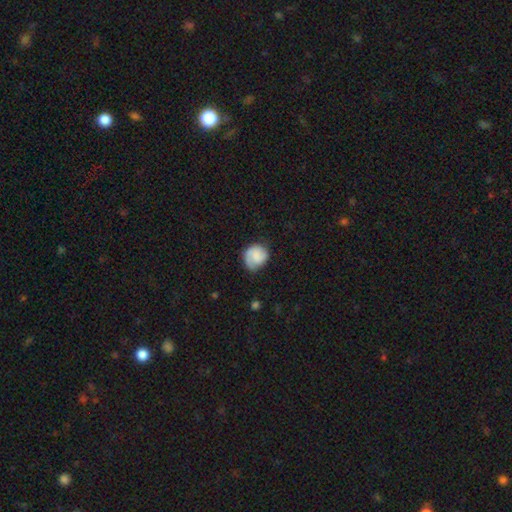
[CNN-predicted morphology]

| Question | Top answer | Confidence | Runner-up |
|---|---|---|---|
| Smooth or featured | smooth | 65% | featured or disk (27%) |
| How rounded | round | 77% | in between (22%) |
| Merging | none | 62% | minor disturbance (28%) |